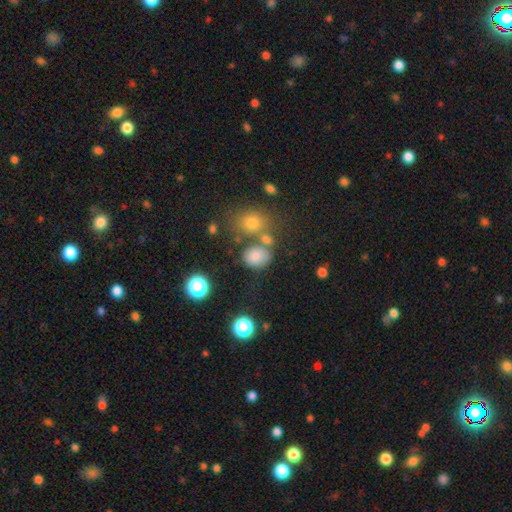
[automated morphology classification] This is likely a smooth galaxy (74%). How rounded: possibly round (53%). Merging: likely none (60%).